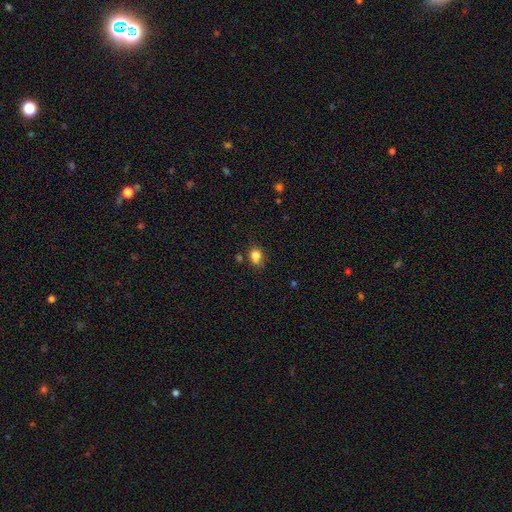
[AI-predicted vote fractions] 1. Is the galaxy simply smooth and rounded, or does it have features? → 82% smooth, 11% star or artifact, 7% featured or disk.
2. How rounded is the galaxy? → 51% in between, 48% round, 1% cigar-shaped.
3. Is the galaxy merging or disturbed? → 57% none, 27% minor disturbance, 9% merger, 7% major disturbance.